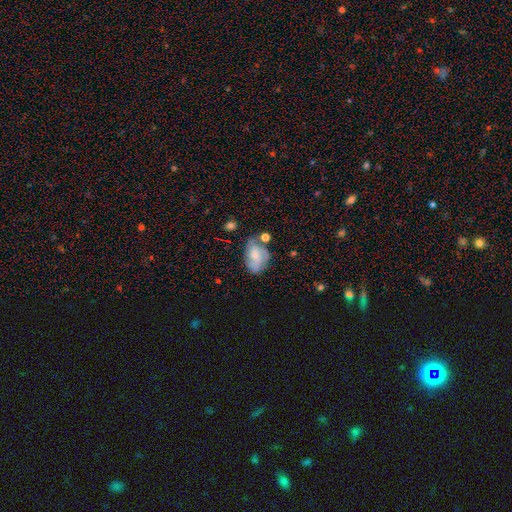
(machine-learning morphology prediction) Smooth or featured: featured or disk — 46% (tied with smooth — 46%)
Merging: none — 48% (minor disturbance — 28%)